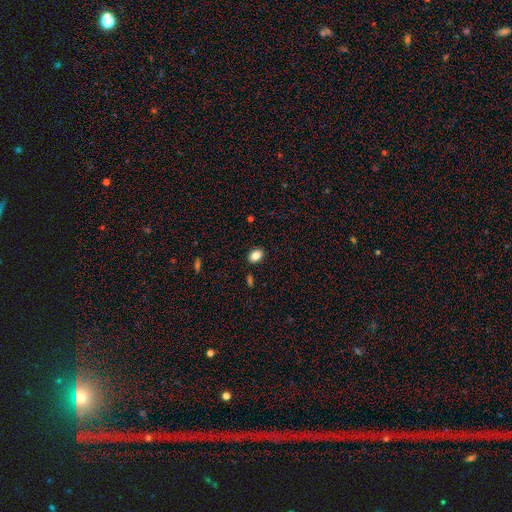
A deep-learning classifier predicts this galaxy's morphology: Smooth or featured?
  - smooth: 84% *
  - star or artifact: 9%
  - featured or disk: 6%
How rounded?
  - in between: 76% *
  - round: 23%
  - cigar-shaped: 1%
Merging?
  - none: 88% *
  - minor disturbance: 8%
  - major disturbance: 2%
  - merger: 2%